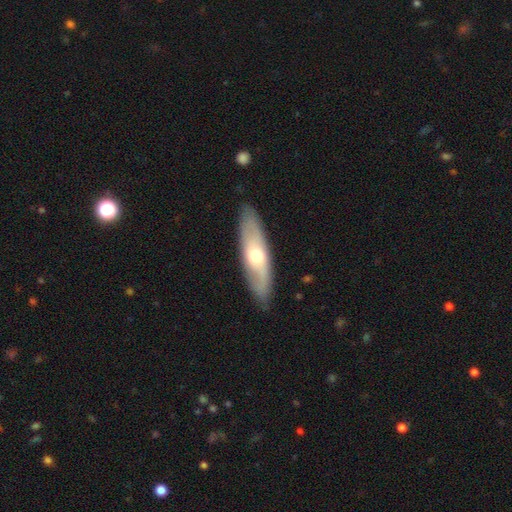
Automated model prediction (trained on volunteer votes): Smooth or featured? featured or disk (49%)
Merging? none (86%)